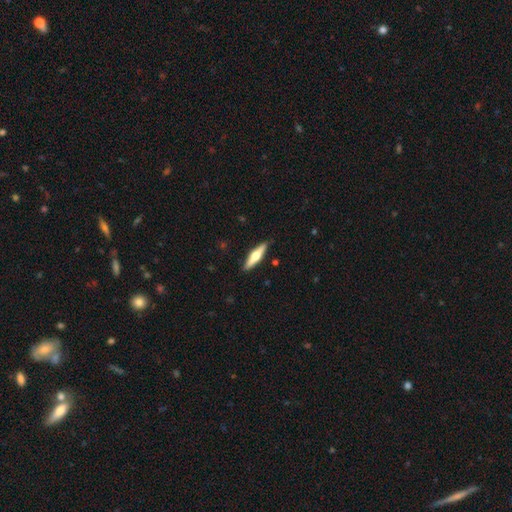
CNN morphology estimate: smooth_or_featured: featured or disk (p=0.56) [alt: smooth p=0.39]
disk_edge_on: yes (p=0.95) [alt: no p=0.05]
edge_on_bulge: rounded (p=0.94) [alt: boxy p=0.04]
merging: none (p=0.89) [alt: minor disturbance p=0.08]